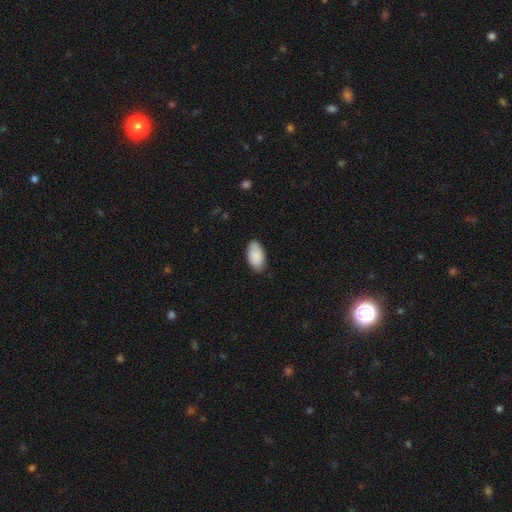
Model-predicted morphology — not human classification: The model was most divided on "merging": none: 81%, minor disturbance: 16%, major disturbance: 3%, merger: 1%. More confident: how rounded — in between (95%); smooth or featured — smooth (88%).